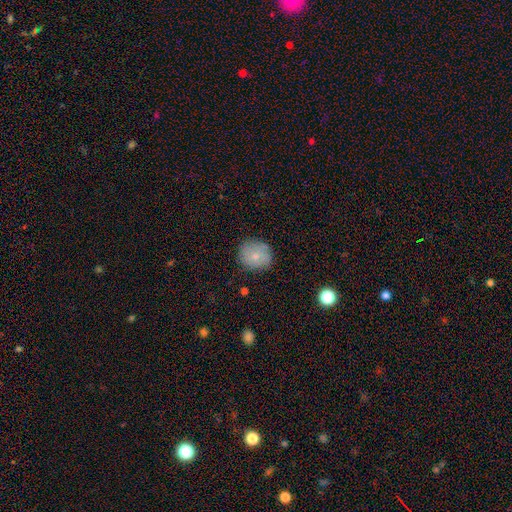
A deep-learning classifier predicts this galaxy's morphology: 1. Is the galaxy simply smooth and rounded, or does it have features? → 74% smooth, 18% featured or disk, 8% star or artifact.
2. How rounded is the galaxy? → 82% round, 17% in between, 1% cigar-shaped.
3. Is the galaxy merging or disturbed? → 80% none, 16% minor disturbance, 3% major disturbance, 1% merger.